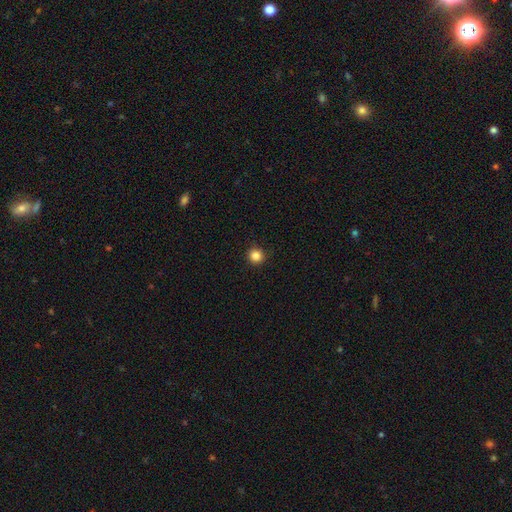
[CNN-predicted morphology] type=smooth (85%); roundness=round (94%); merging=none (91%).